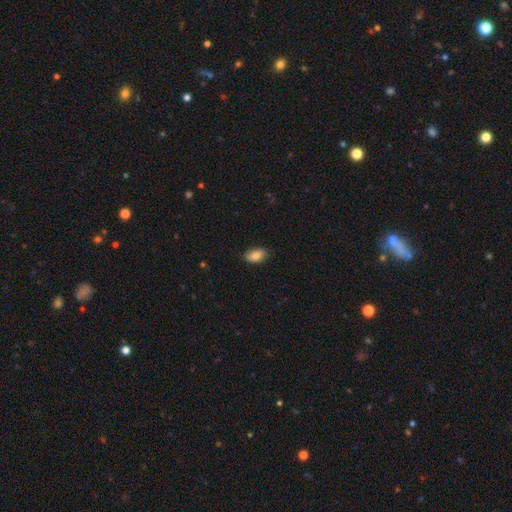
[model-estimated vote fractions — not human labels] smooth_or_featured: smooth (p=0.82) [alt: featured or disk p=0.11]
how_rounded: in between (p=0.92) [alt: round p=0.05]
merging: none (p=0.80) [alt: minor disturbance p=0.17]